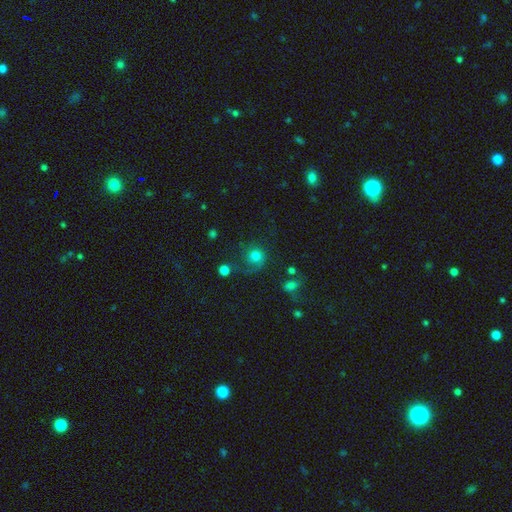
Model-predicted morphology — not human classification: A smooth galaxy with no disk features (62%) that is round (85%).

Vote fractions:
- Smooth or featured? smooth: 62% / featured or disk: 26% / star or artifact: 12%
- How rounded? round: 85% / in between: 14% / cigar-shaped: 1%
- Merging? none: 49% / major disturbance: 27% / minor disturbance: 18% / merger: 6%